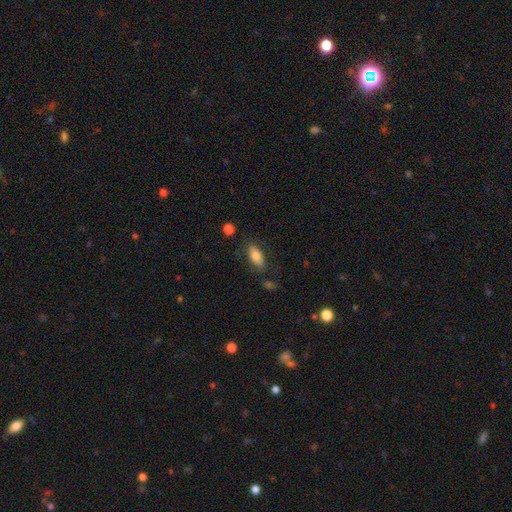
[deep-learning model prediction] smooth_or_featured: smooth (p=0.76) [alt: featured or disk p=0.17]
how_rounded: in between (p=0.84) [alt: cigar-shaped p=0.13]
merging: none (p=0.73) [alt: minor disturbance p=0.17]